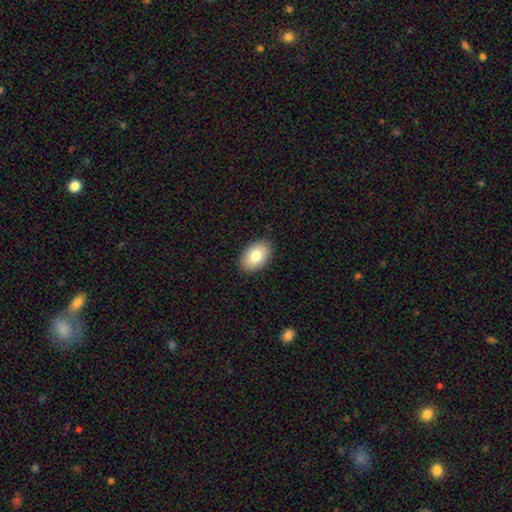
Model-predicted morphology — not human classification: smooth_or_featured: smooth (p=0.79) [alt: featured or disk p=0.14]
how_rounded: in between (p=0.89) [alt: round p=0.10]
merging: none (p=0.89) [alt: minor disturbance p=0.09]